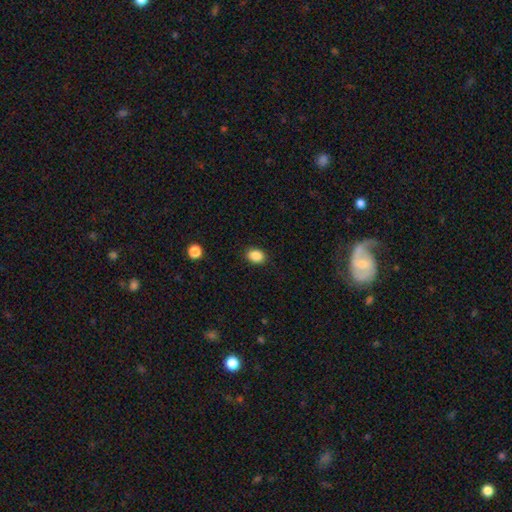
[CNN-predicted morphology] Smooth or featured? smooth (88%)
How rounded? in between (70%)
Merging? none (90%)